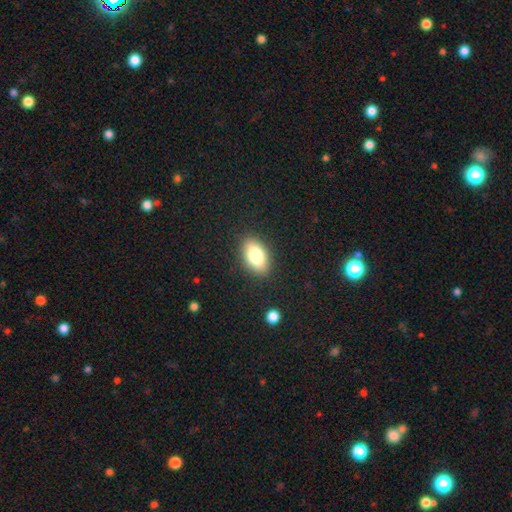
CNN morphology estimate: A smooth galaxy with no disk features (80%) that is in between round and cigar-shaped (91%).

Vote fractions:
- Smooth or featured? smooth: 80% / featured or disk: 13% / star or artifact: 8%
- How rounded? in between: 91% / round: 7% / cigar-shaped: 3%
- Merging? none: 87% / minor disturbance: 9% / major disturbance: 3% / merger: 1%